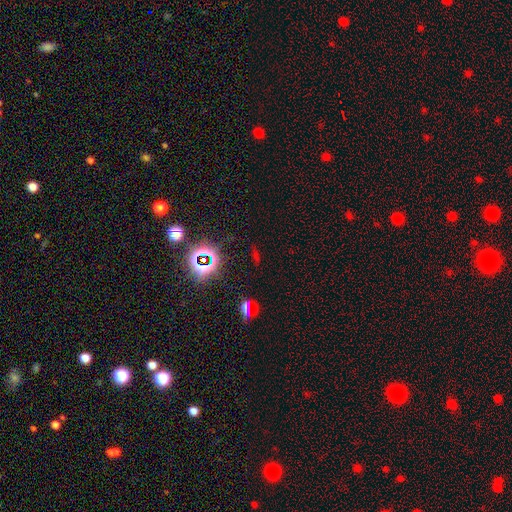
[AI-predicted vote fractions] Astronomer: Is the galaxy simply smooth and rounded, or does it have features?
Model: star or artifact — 69%.